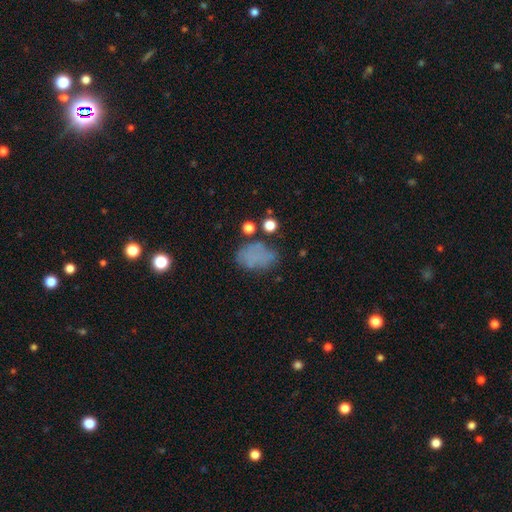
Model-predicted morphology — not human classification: Overall: smooth (64%). How rounded: in between (77%). Merging: none (53%; minor disturbance 23%).